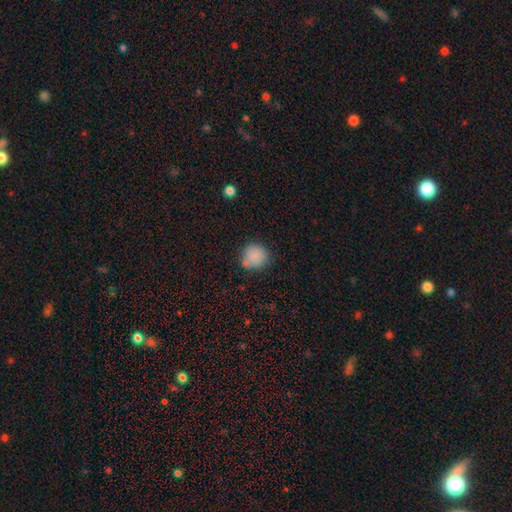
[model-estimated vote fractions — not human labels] Smooth or featured? smooth (86%)
How rounded? round (88%)
Merging? none (73%)